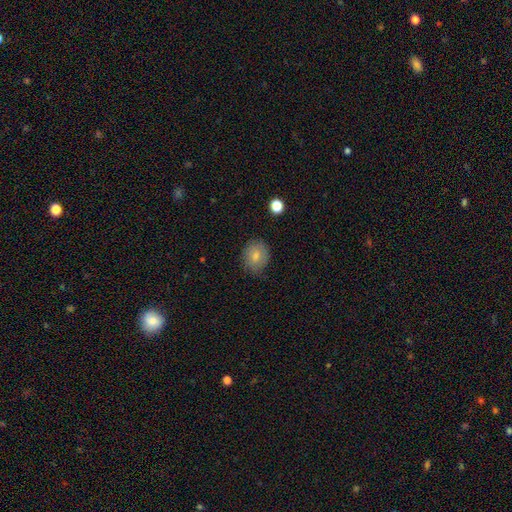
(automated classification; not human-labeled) Smooth or featured?
  - smooth: 78% *
  - featured or disk: 13%
  - star or artifact: 9%
How rounded?
  - round: 64% *
  - in between: 35%
  - cigar-shaped: 1%
Merging?
  - none: 76% *
  - minor disturbance: 19%
  - major disturbance: 4%
  - merger: 1%